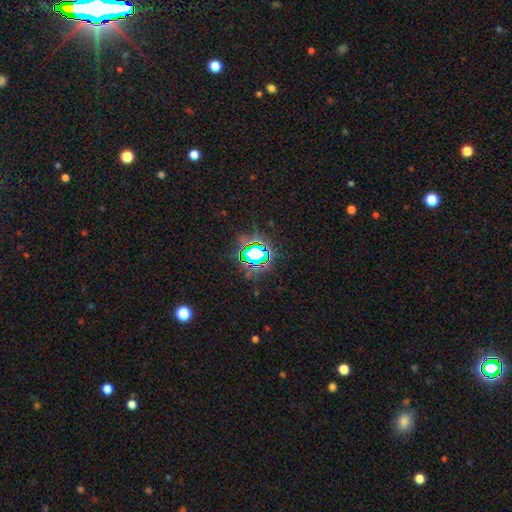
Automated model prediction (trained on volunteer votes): The model was most divided on "smooth or featured": star or artifact: 72%, smooth: 16%, featured or disk: 11%.